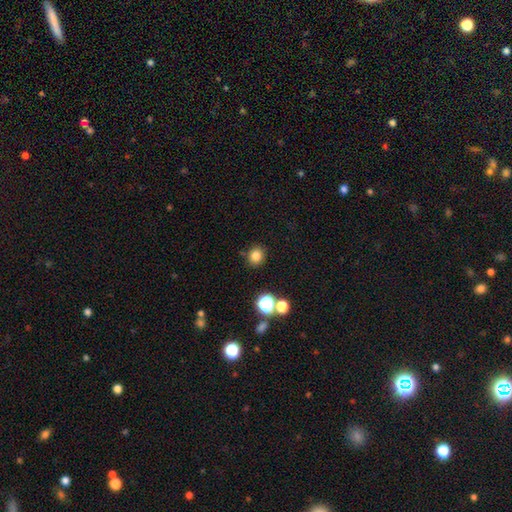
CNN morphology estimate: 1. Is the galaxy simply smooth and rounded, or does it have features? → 80% smooth, 14% star or artifact, 6% featured or disk.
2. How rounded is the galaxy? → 81% round, 18% in between, 1% cigar-shaped.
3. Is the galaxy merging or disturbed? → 84% none, 8% minor disturbance, 5% merger, 3% major disturbance.